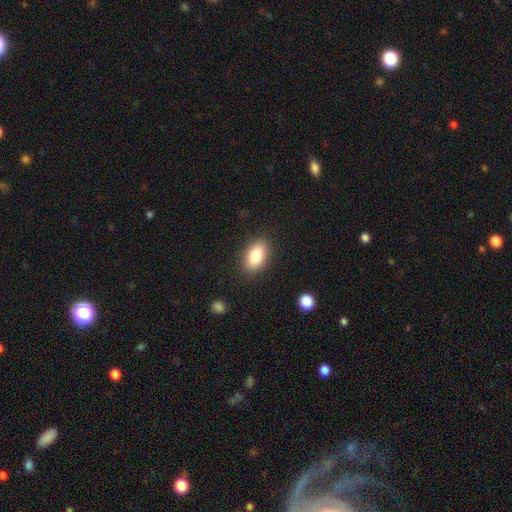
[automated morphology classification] Overall: smooth (84%). How rounded: in between (90%). Merging: none (87%).